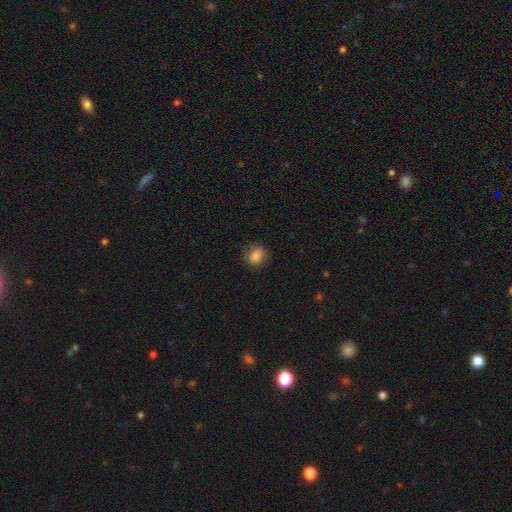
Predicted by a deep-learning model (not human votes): The model was most divided on "how rounded": round: 61%, in between: 38%, cigar-shaped: 1%. More confident: smooth or featured — smooth (82%); merging — none (81%).